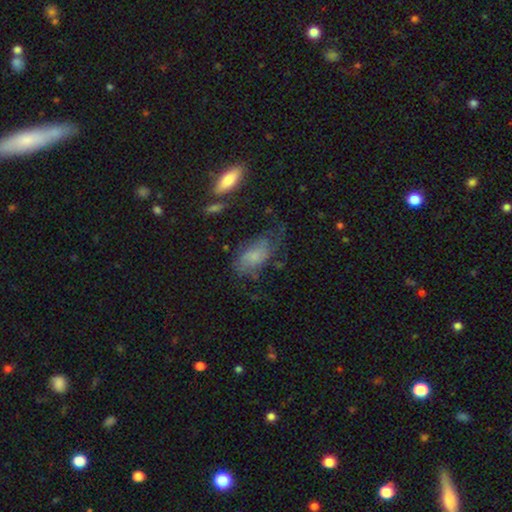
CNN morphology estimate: type=smooth (52%); roundness=in between (90%); merging=none (40%).